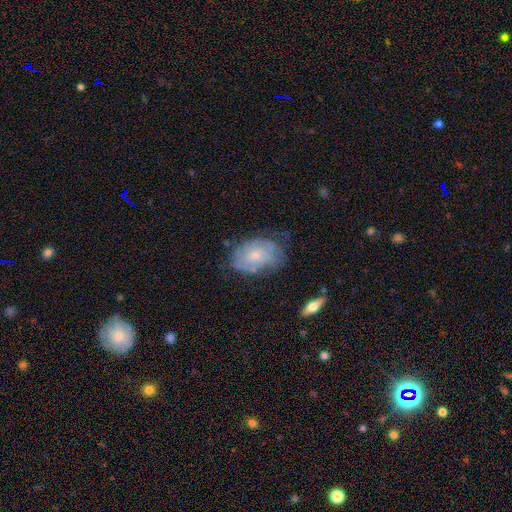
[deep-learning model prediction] featured or disk 50%, smooth 42%, star or artifact 8%. Down the decision tree: edge-on disk — no (95%); merging — none (56%).